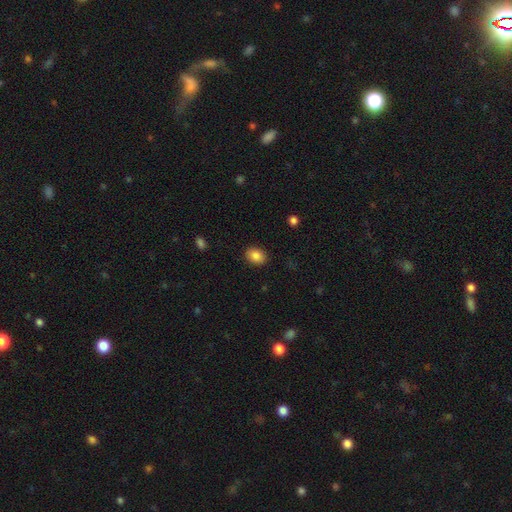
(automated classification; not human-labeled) smooth 86%, star or artifact 9%, featured or disk 5%. Down the decision tree: how rounded — in between (65%); merging — none (89%).